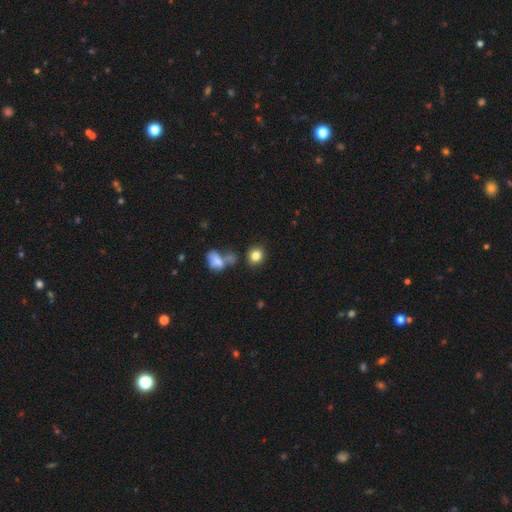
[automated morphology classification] A smooth galaxy with no disk features (83%) that is round (70%).

Vote fractions:
- Smooth or featured? smooth: 83% / star or artifact: 10% / featured or disk: 7%
- How rounded? round: 70% / in between: 28% / cigar-shaped: 1%
- Merging? none: 73% / minor disturbance: 11% / merger: 11% / major disturbance: 5%